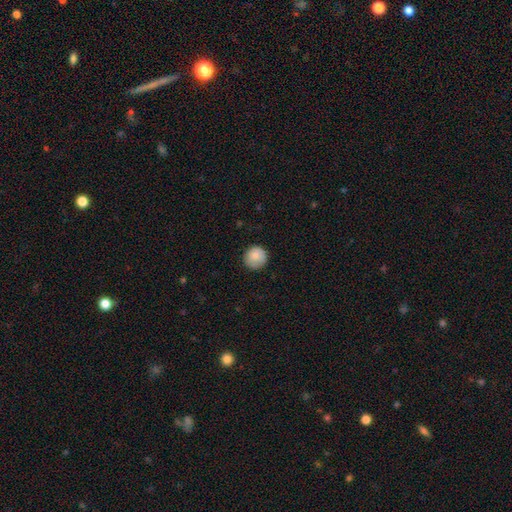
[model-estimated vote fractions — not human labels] Smooth or featured: smooth — 85% (star or artifact — 8%)
How rounded: round — 94% (in between — 5%)
Merging: none — 86% (minor disturbance — 11%)